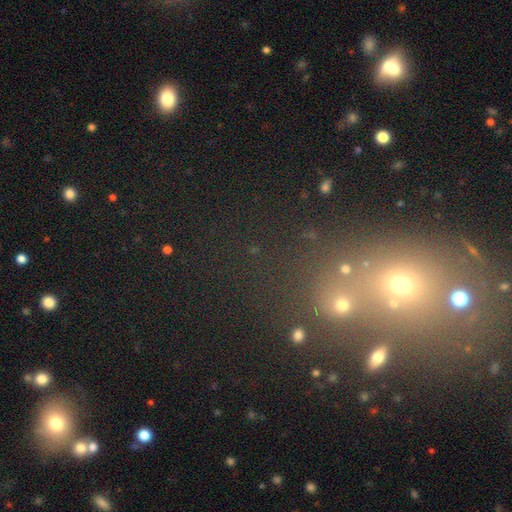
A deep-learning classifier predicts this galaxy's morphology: A star or artifact, not a galaxy (54%).